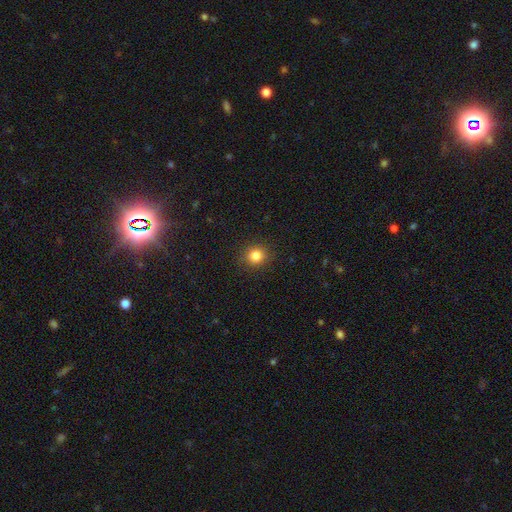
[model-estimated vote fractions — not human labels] A smooth galaxy with no disk features (83%) that is round (90%).

Vote fractions:
- Smooth or featured? smooth: 83% / star or artifact: 12% / featured or disk: 5%
- How rounded? round: 90% / in between: 10% / cigar-shaped: 1%
- Merging? none: 91% / minor disturbance: 6% / major disturbance: 2% / merger: 1%